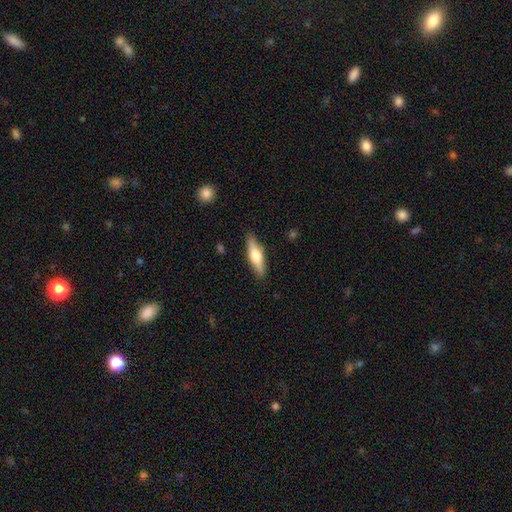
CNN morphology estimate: Q: Smooth or featured?
A: smooth (52%); runner-up: featured or disk (42%)
Q: How rounded?
A: cigar-shaped (61%); runner-up: in between (37%)
Q: Merging?
A: none (87%); runner-up: minor disturbance (9%)